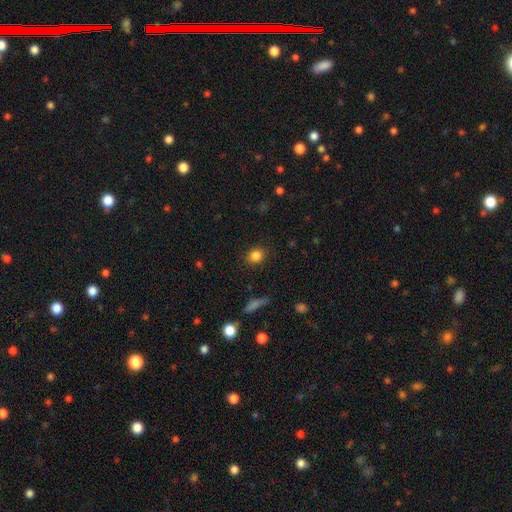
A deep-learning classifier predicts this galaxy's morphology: type=smooth (83%); roundness=round (72%); merging=none (87%).